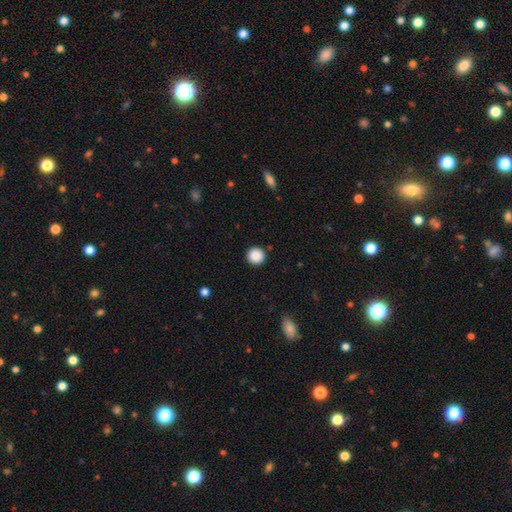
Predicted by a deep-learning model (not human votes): A smooth galaxy with no disk features (88%) that is round (95%). Merging: none (92%).